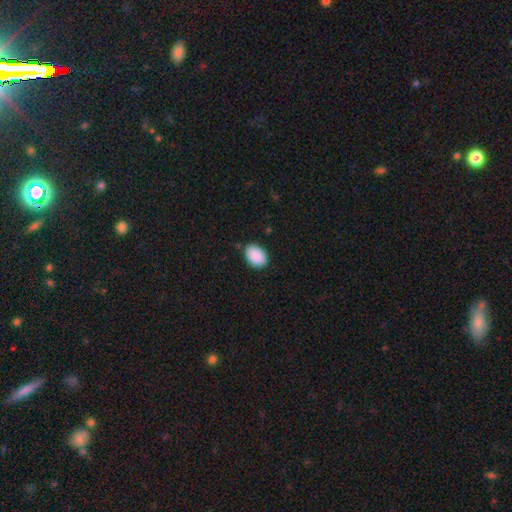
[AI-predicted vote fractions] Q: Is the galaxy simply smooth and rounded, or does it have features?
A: smooth — 91%.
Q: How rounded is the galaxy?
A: in between — 84%.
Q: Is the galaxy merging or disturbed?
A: none — 86%.